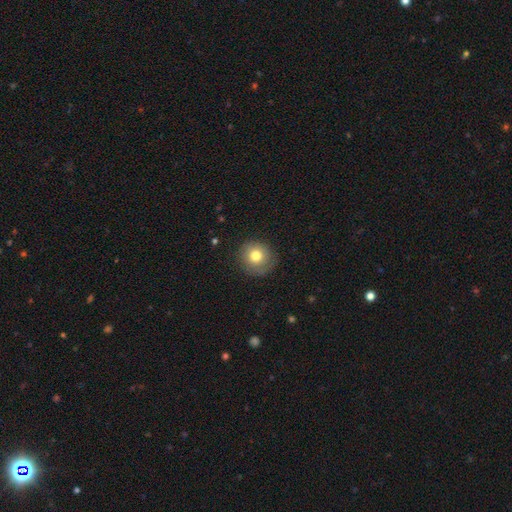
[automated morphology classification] This is likely a smooth galaxy (75%). How rounded: clearly round (93%). Merging: clearly none (83%).